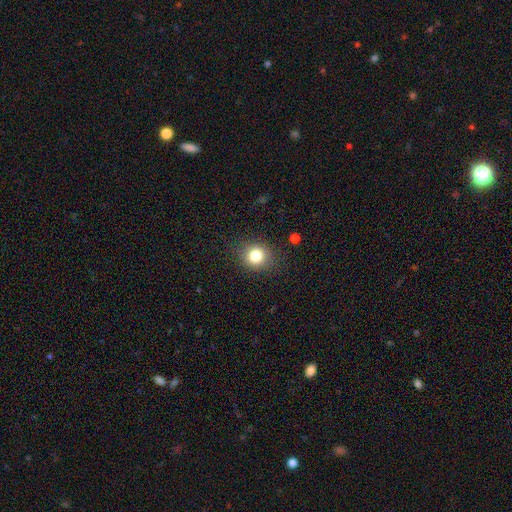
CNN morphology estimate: Smooth or featured? Predicted: smooth (p=0.81). How rounded? Predicted: round (p=0.78). Merging? Predicted: none (p=0.86).